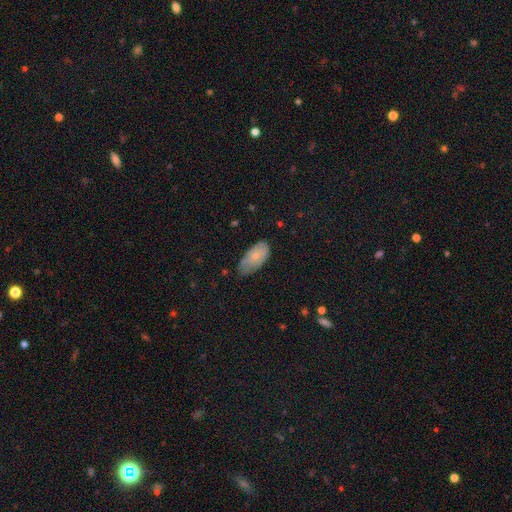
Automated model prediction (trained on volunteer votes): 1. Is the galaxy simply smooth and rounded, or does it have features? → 71% smooth, 22% featured or disk, 7% star or artifact.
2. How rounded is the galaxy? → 93% in between, 4% cigar-shaped, 3% round.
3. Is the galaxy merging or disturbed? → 47% none, 42% minor disturbance, 9% major disturbance, 2% merger.